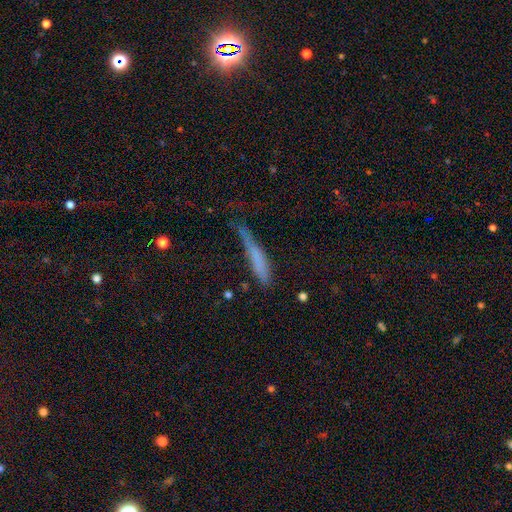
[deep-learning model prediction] This is likely a smooth galaxy (64%). How rounded: clearly cigar-shaped (92%). Merging: possibly none (49%).